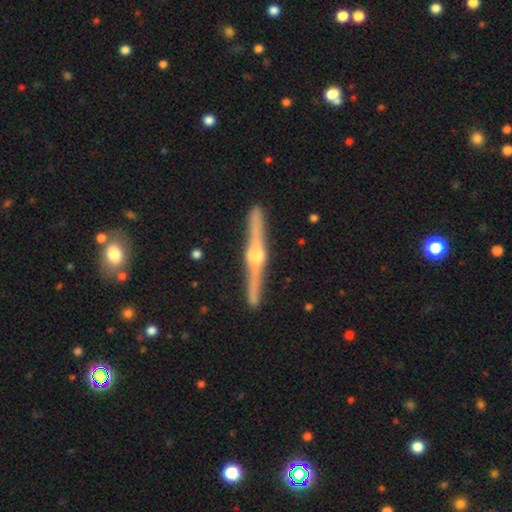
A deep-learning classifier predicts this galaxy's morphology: smooth-or-featured: featured or disk: 87% | smooth: 9% | star or artifact: 4%
  disk-edge-on: yes: 99% | no: 1%
    edge-on-bulge: rounded: 95% | boxy: 3% | none: 2%
  merging: none: 92% | minor disturbance: 6% | merger: 1% | major disturbance: 1%